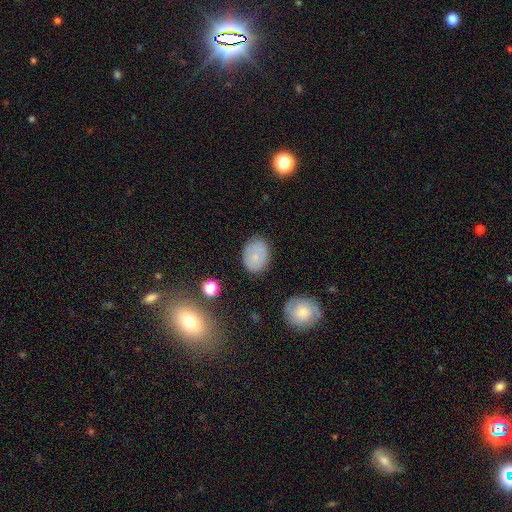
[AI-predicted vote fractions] The model was most divided on "how rounded": in between: 68%, round: 31%, cigar-shaped: 1%. More confident: merging — none (81%); smooth or featured — smooth (77%).